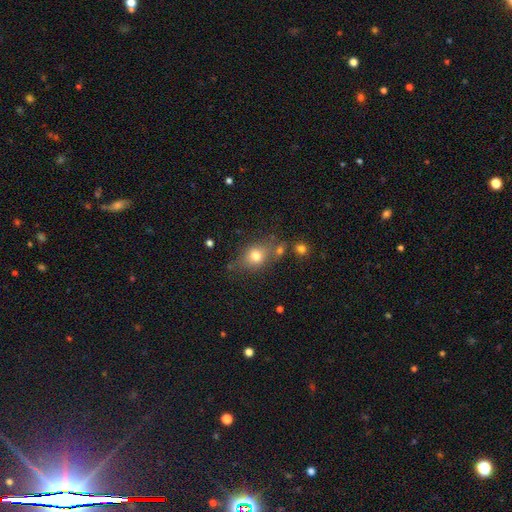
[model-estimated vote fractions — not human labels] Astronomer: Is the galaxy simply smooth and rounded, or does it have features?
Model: smooth — 73%.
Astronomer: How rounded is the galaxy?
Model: in between — 52% (runner-up: round, 46%).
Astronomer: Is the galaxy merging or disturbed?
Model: none — 64%.